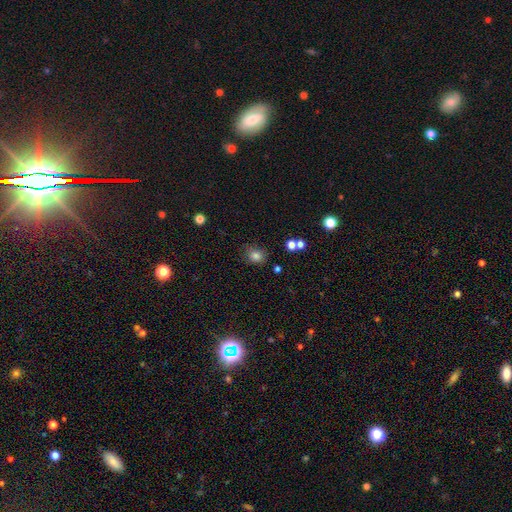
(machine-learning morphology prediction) type=smooth (81%); roundness=round (74%); merging=none (76%).